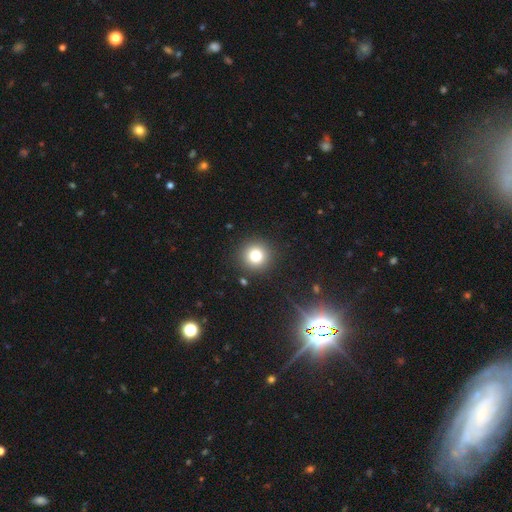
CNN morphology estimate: This is likely a smooth galaxy (77%). How rounded: clearly round (94%). Merging: clearly none (90%).